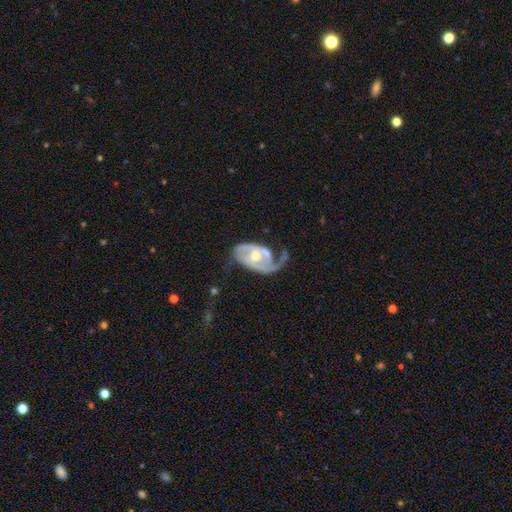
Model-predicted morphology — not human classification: Overall: featured or disk (86%). Edge-on disk: no (96%). Bar: no (52%; weak 33%). Spiral arms: yes (90%). Spiral arm count: 2 (58%; 1 29%). Spiral winding: medium (40%; tight 33%). Bulge size: moderate (69%). Merging: none (38%; major disturbance 31%).